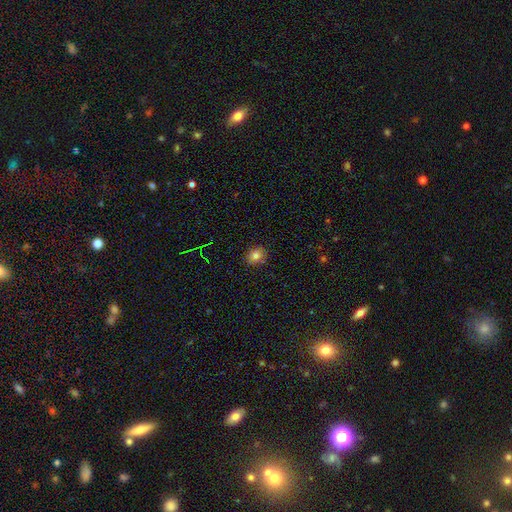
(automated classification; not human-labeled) Smooth or featured: smooth — 76% (star or artifact — 15%)
How rounded: round — 68% (in between — 31%)
Merging: none — 86% (minor disturbance — 11%)